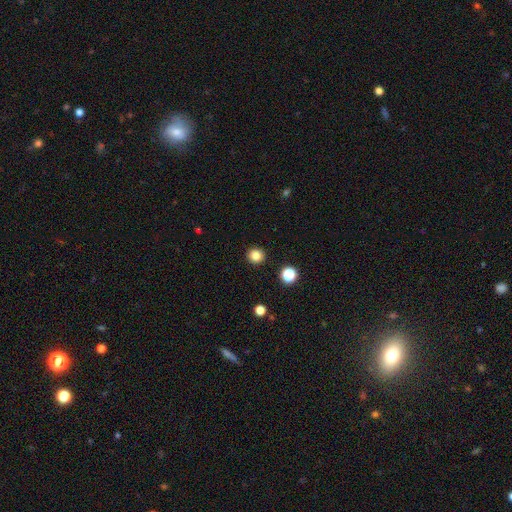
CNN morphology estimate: Smooth or featured: smooth — 83% (star or artifact — 12%)
How rounded: round — 92% (in between — 7%)
Merging: none — 92% (minor disturbance — 5%)